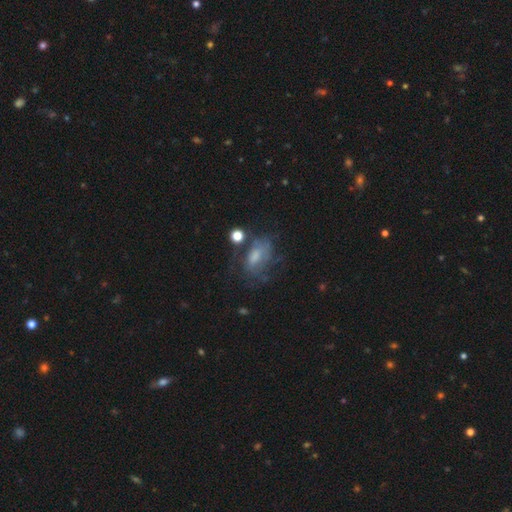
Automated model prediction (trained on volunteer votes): Smooth or featured: featured or disk — 44% (smooth — 38%)
Merging: none — 49% (minor disturbance — 22%)